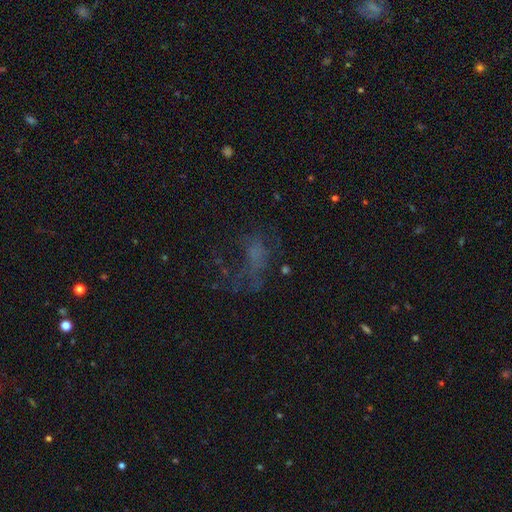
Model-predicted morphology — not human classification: smooth_or_featured: featured or disk (p=0.36) [alt: smooth p=0.32]
merging: major disturbance (p=0.44) [alt: none p=0.37]